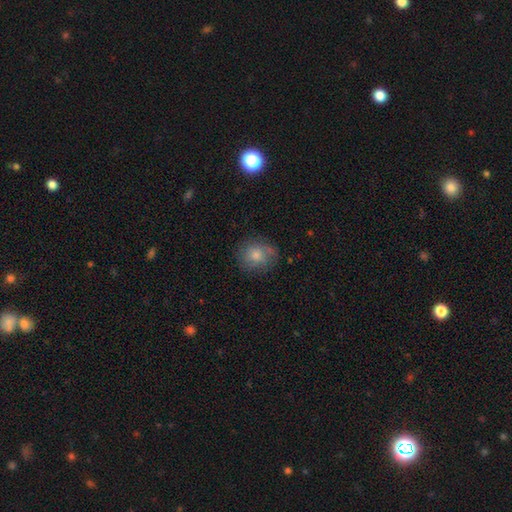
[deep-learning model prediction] smooth 61%, featured or disk 25%, star or artifact 14%. Down the decision tree: how rounded — round (76%); merging — none (73%).